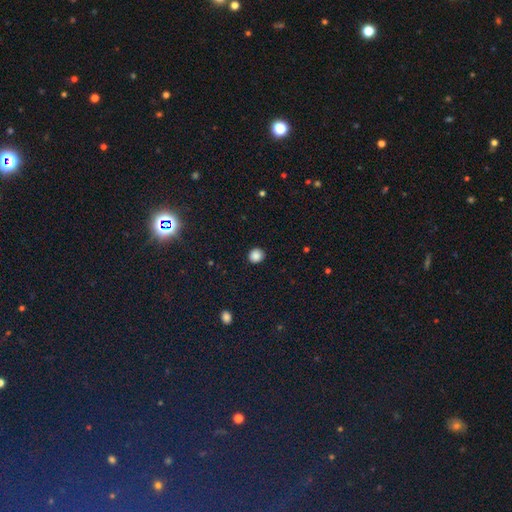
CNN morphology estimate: Smooth or featured? Predicted: smooth (p=0.87). How rounded? Predicted: round (p=0.88). Merging? Predicted: none (p=0.92).